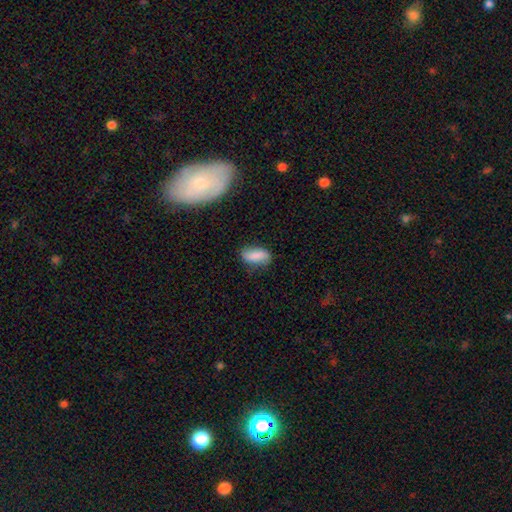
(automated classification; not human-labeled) Smooth or featured: smooth — 79% (featured or disk — 14%)
How rounded: in between — 86% (cigar-shaped — 10%)
Merging: none — 72% (minor disturbance — 21%)